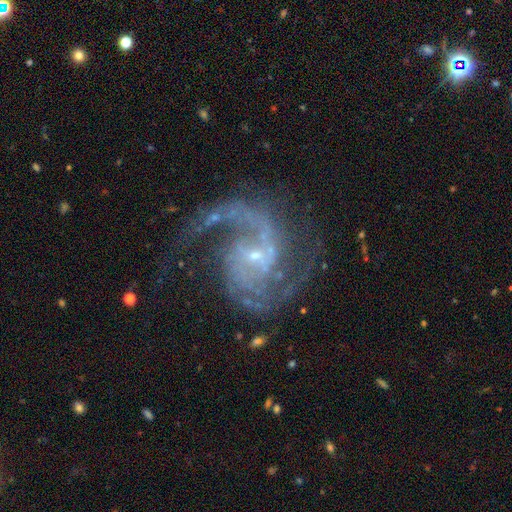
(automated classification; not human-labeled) featured or disk 92%, star or artifact 5%, smooth 3%. Down the decision tree: edge-on disk — no (98%); bar — no (44%); spiral arms — yes (98%); spiral arm count — 2 (79%); spiral winding — medium (58%); bulge size — small (79%); merging — none (65%).